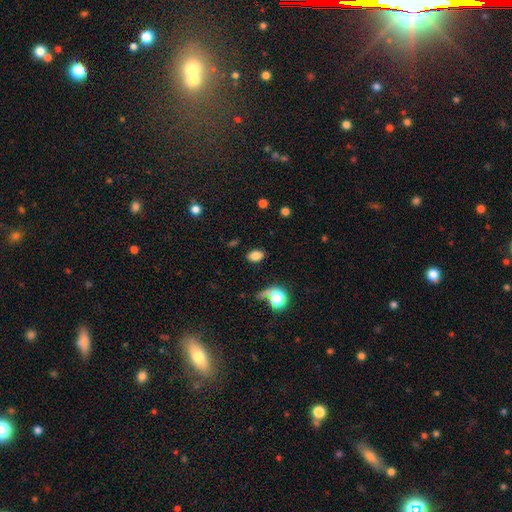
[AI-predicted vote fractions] A smooth galaxy with no disk features (79%) that is in between round and cigar-shaped (86%).

Vote fractions:
- Smooth or featured? smooth: 79% / star or artifact: 12% / featured or disk: 9%
- How rounded? in between: 86% / round: 12% / cigar-shaped: 2%
- Merging? none: 84% / minor disturbance: 10% / major disturbance: 4% / merger: 2%